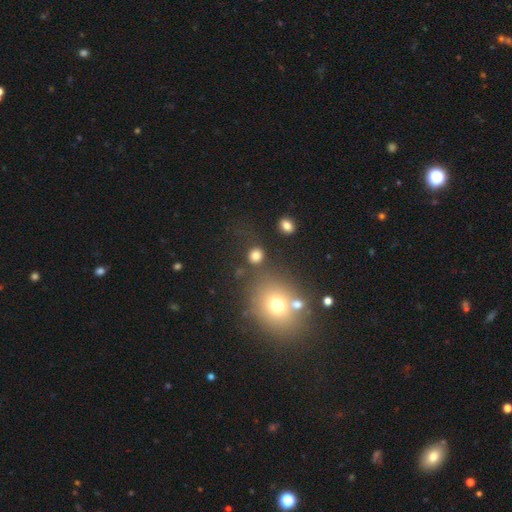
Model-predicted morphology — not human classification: Smooth or featured?
  - smooth: 78% *
  - star or artifact: 15%
  - featured or disk: 7%
How rounded?
  - round: 80% *
  - in between: 19%
  - cigar-shaped: 1%
Merging?
  - none: 72% *
  - minor disturbance: 11%
  - merger: 9%
  - major disturbance: 8%